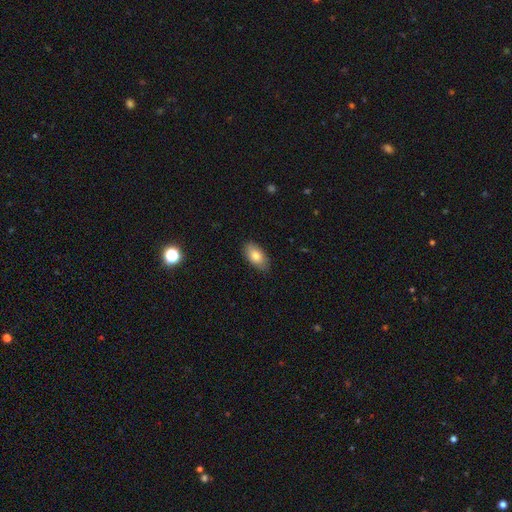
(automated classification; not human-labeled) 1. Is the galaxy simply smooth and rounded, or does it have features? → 80% smooth, 13% featured or disk, 7% star or artifact.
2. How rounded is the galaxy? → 93% in between, 4% round, 3% cigar-shaped.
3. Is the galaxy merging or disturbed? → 84% none, 13% minor disturbance, 2% major disturbance, 1% merger.